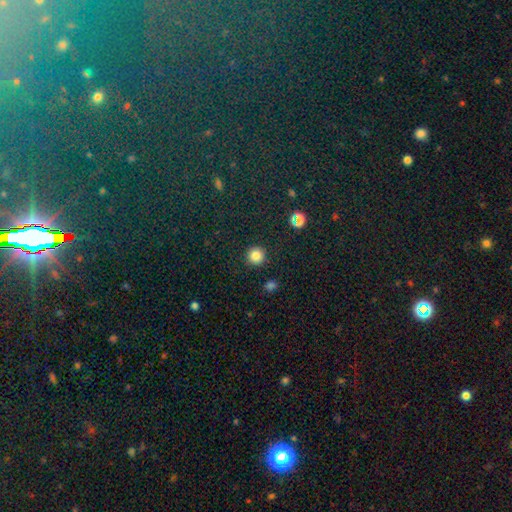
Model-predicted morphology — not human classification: This appears to be a smooth galaxy with no disk features (83%) that is round (95%). Merging: none (92%).